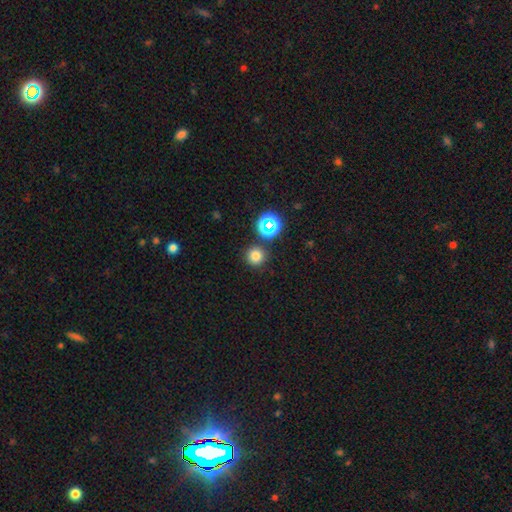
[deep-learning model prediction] Smooth or featured?
  - smooth: 75% *
  - star or artifact: 19%
  - featured or disk: 6%
How rounded?
  - round: 94% *
  - in between: 5%
  - cigar-shaped: 1%
Merging?
  - none: 85% *
  - minor disturbance: 7%
  - merger: 6%
  - major disturbance: 2%